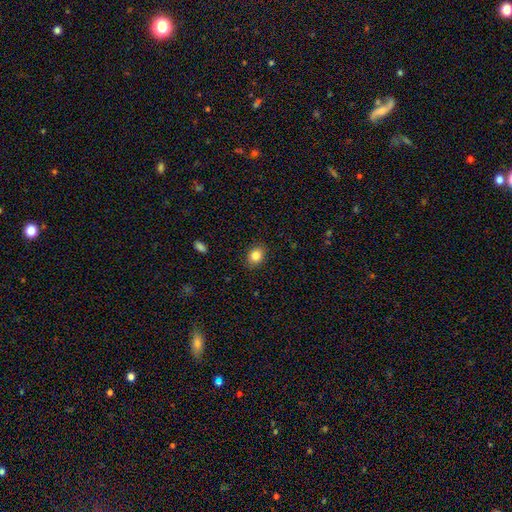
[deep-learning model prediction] This appears to be a smooth galaxy with no disk features (84%) that is in between round and cigar-shaped (56%). Merging: none (87%).